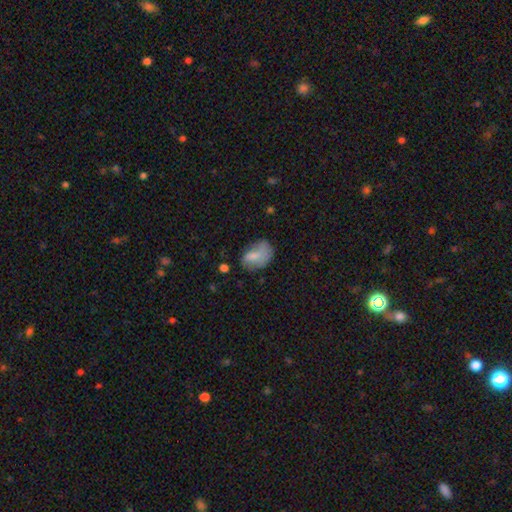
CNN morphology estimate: smooth_or_featured: smooth (p=0.71) [alt: featured or disk p=0.20]
how_rounded: in between (p=0.85) [alt: round p=0.14]
merging: none (p=0.41) [alt: minor disturbance p=0.34]